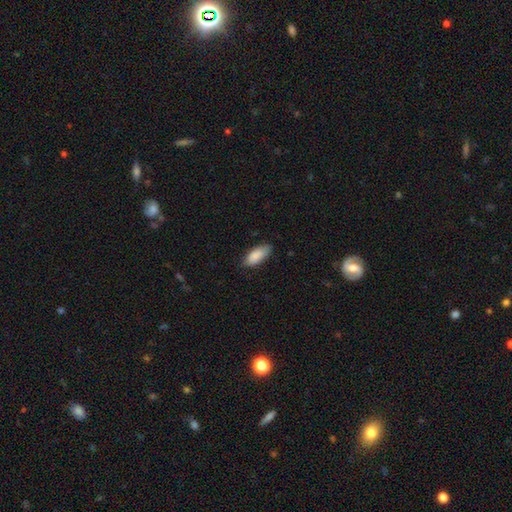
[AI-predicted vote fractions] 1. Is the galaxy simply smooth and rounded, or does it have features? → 88% smooth, 6% star or artifact, 6% featured or disk.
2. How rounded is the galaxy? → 86% in between, 12% cigar-shaped, 2% round.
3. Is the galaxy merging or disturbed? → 77% none, 19% minor disturbance, 3% major disturbance, 1% merger.